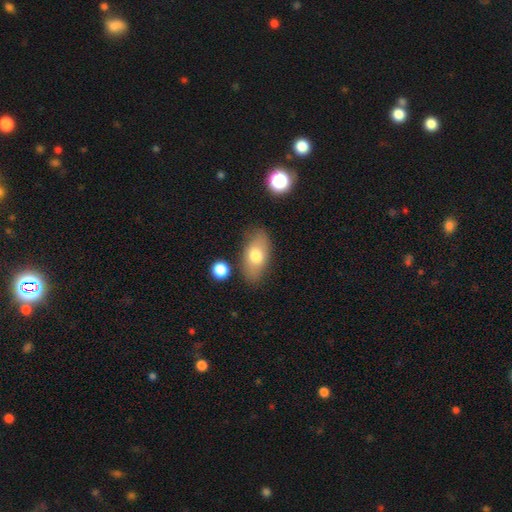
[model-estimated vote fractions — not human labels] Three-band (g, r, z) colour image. It shows a smooth galaxy with no disk features (72%) that is in between round and cigar-shaped (90%). Merging: none (78%).